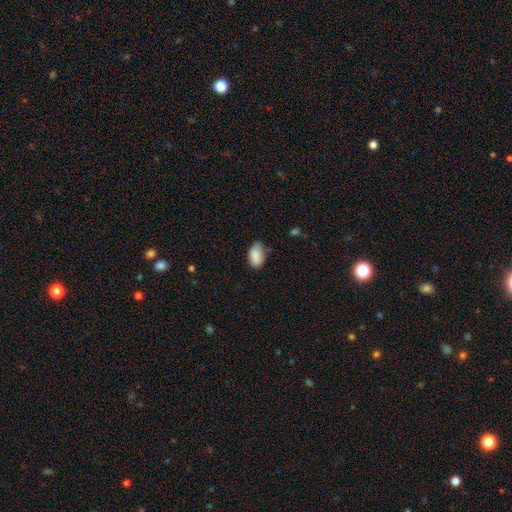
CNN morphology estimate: smooth_or_featured: smooth (p=0.89) [alt: star or artifact p=0.07]
how_rounded: in between (p=0.93) [alt: round p=0.06]
merging: none (p=0.69) [alt: minor disturbance p=0.25]